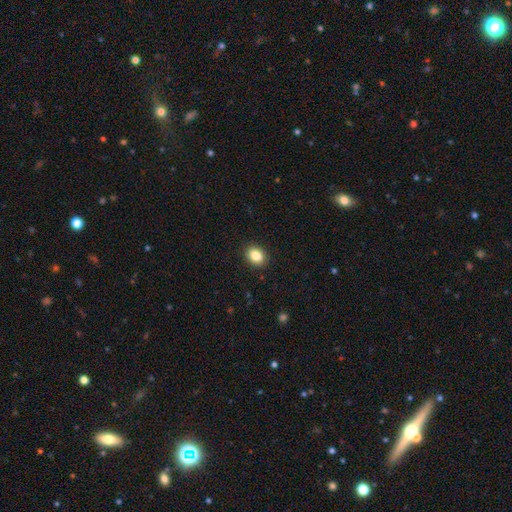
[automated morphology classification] Smooth or featured? smooth (86%)
How rounded? in between (61%)
Merging? none (91%)